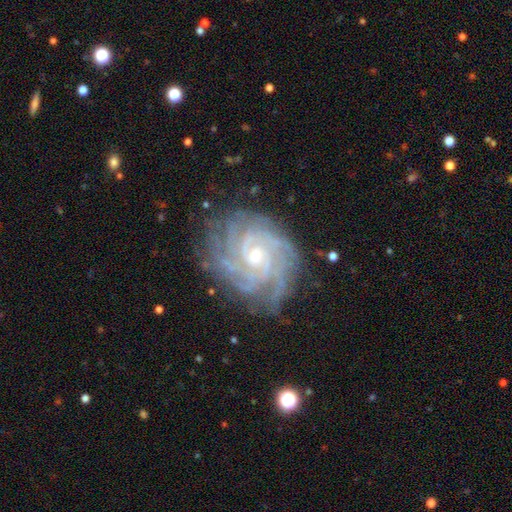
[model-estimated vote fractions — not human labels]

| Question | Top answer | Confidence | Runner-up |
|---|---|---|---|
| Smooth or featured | featured or disk | 91% | star or artifact (5%) |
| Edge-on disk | no | 98% | yes (2%) |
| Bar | no | 60% | weak (31%) |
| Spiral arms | yes | 98% | no (2%) |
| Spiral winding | tight | 78% | medium (19%) |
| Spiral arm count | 4 | 26% | more than 4 (22%) |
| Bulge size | small | 64% | moderate (33%) |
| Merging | none | 78% | minor disturbance (16%) |